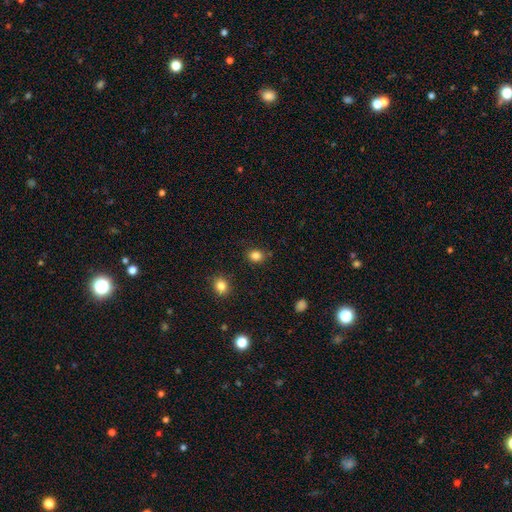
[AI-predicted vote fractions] Smooth or featured: smooth — 84% (star or artifact — 12%)
How rounded: round — 55% (in between — 44%)
Merging: none — 84% (minor disturbance — 10%)